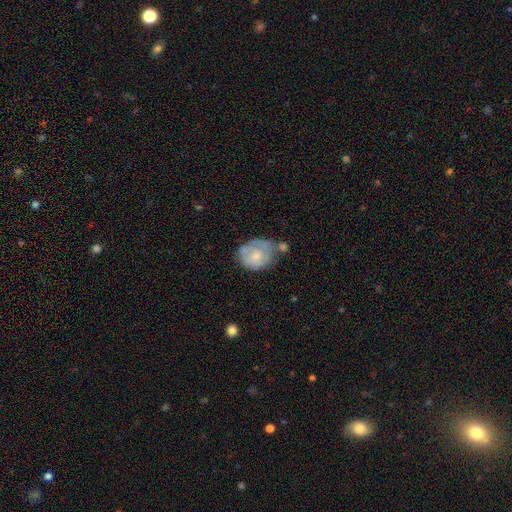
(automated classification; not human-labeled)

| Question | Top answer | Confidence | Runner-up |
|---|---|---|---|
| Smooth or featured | featured or disk | 53% | smooth (41%) |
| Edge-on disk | no | 97% | yes (3%) |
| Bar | no | 81% | weak (16%) |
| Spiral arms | yes | 50% | tied: no (50%) |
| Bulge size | small | 42% | tied: moderate (42%) |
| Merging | none | 36% | minor disturbance (32%) |